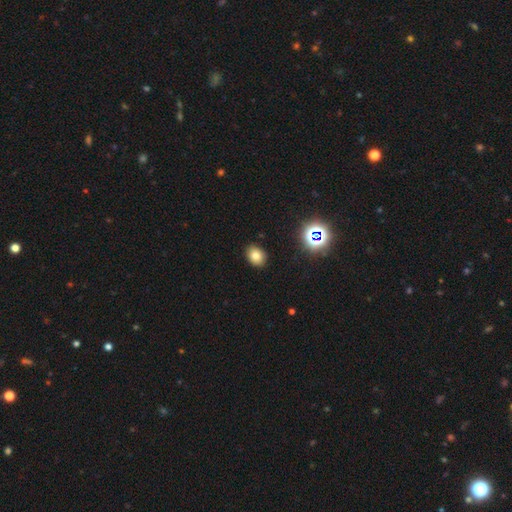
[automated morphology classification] This is likely a smooth galaxy (78%). How rounded: likely in between (61%). Merging: clearly none (88%).